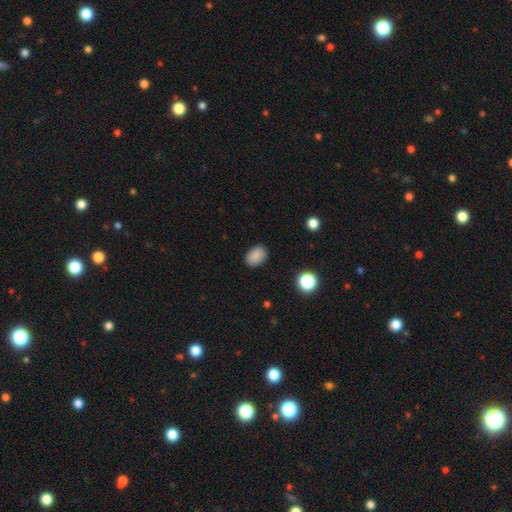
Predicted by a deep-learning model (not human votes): The model was most divided on "how rounded": in between: 79%, round: 20%, cigar-shaped: 1%. More confident: smooth or featured — smooth (87%); merging — none (87%).